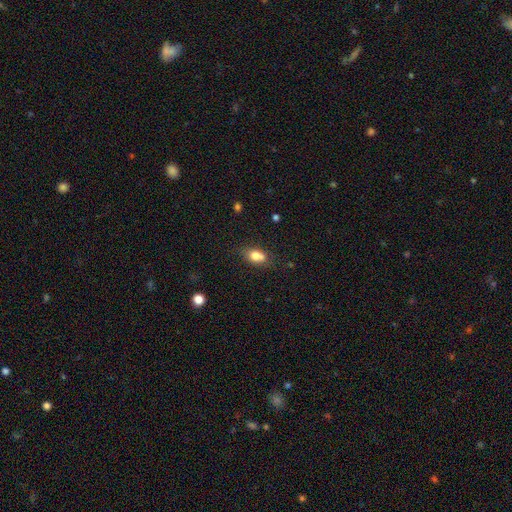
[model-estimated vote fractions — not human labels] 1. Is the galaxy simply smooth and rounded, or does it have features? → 78% smooth, 13% featured or disk, 10% star or artifact.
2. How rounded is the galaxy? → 81% in between, 14% round, 5% cigar-shaped.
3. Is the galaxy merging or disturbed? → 64% none, 20% minor disturbance, 11% merger, 5% major disturbance.